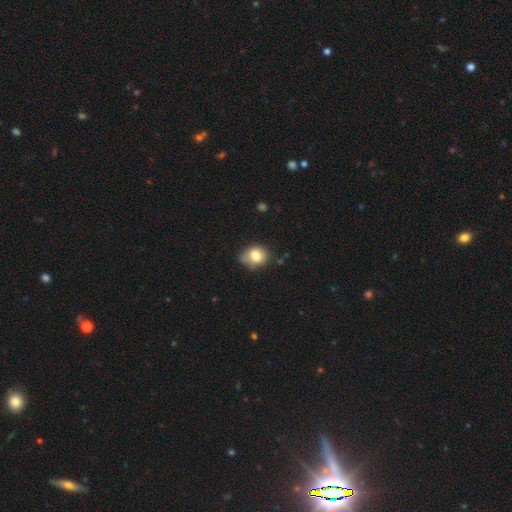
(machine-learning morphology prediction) Smooth or featured? smooth (77%)
How rounded? round (58%)
Merging? none (53%)